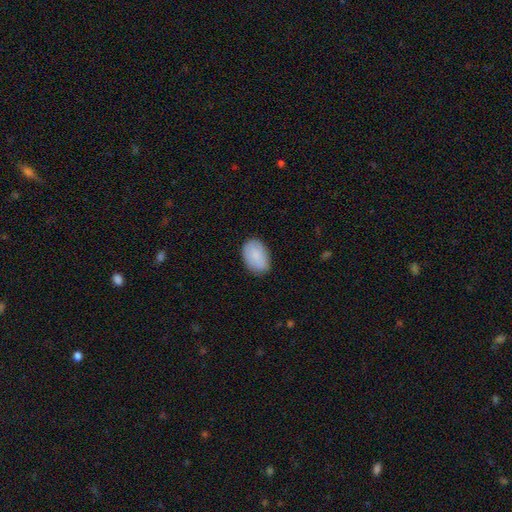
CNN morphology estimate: This is clearly a smooth galaxy (85%). How rounded: clearly in between (87%). Merging: likely none (78%).